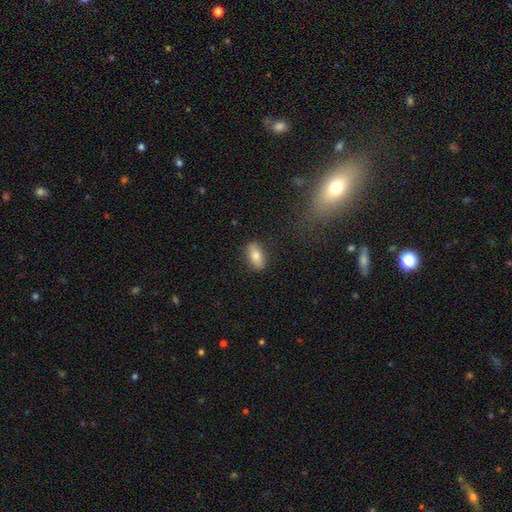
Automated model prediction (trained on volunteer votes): A smooth galaxy with no disk features (76%) that is in between round and cigar-shaped (85%). Merging: none (87%).